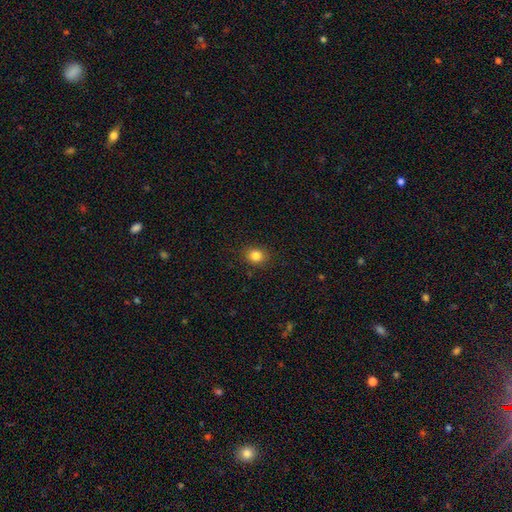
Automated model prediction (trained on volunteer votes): Q: Smooth or featured?
A: smooth (83%); runner-up: star or artifact (11%)
Q: How rounded?
A: round (71%); runner-up: in between (28%)
Q: Merging?
A: none (88%); runner-up: minor disturbance (8%)